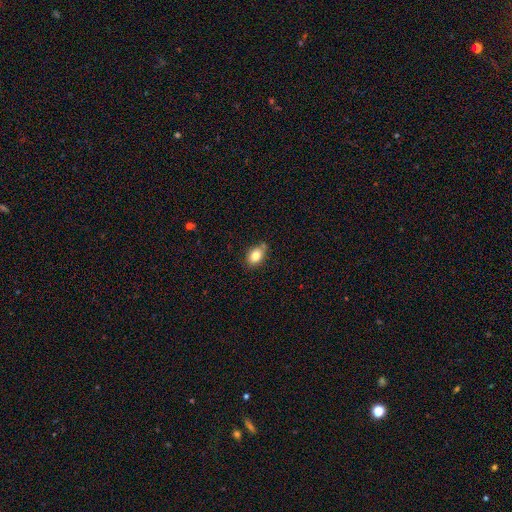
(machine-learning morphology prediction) smooth_or_featured: smooth (p=0.82) [alt: featured or disk p=0.09]
how_rounded: in between (p=0.78) [alt: round p=0.21]
merging: none (p=0.69) [alt: minor disturbance p=0.23]